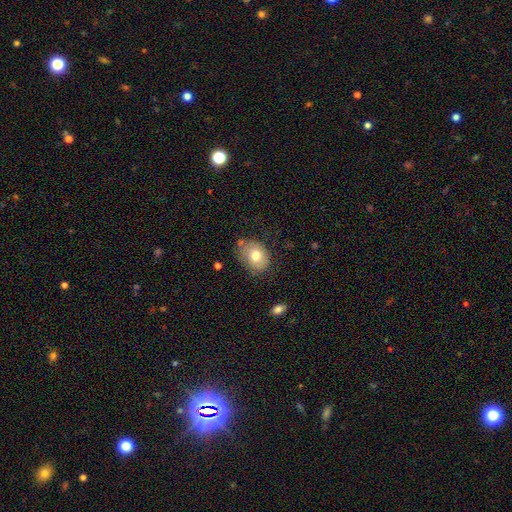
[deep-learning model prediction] Q: Smooth or featured?
A: smooth (74%); runner-up: featured or disk (18%)
Q: How rounded?
A: in between (61%); runner-up: round (38%)
Q: Merging?
A: none (68%); runner-up: minor disturbance (22%)